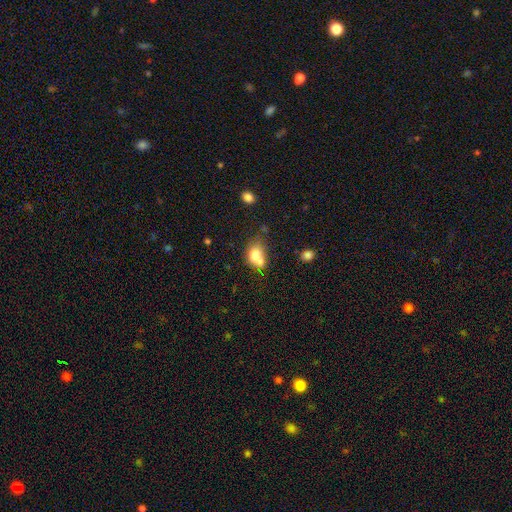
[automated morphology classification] A smooth galaxy with no disk features (74%) that is in between round and cigar-shaped (58%). Merging: merger (44%).